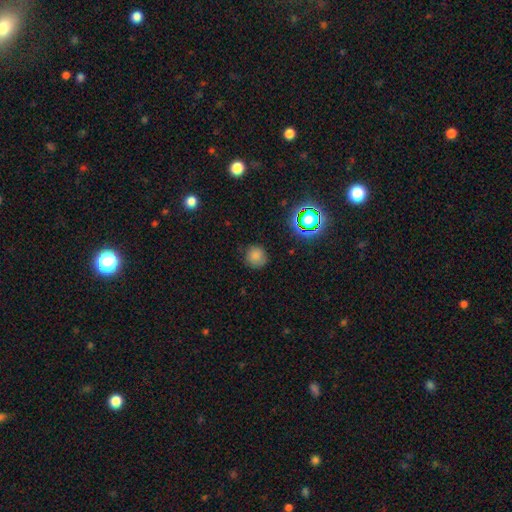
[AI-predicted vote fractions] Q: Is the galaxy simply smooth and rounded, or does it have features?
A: smooth — 76%.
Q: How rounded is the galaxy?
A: round — 91%.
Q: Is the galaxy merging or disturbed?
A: none — 83%.